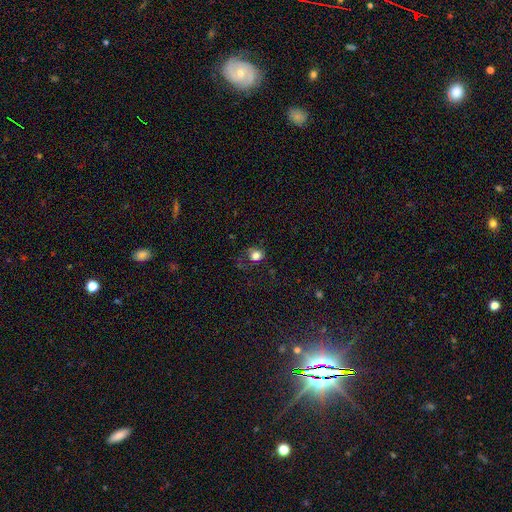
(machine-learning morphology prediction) This is likely a smooth galaxy (78%). How rounded: likely round (78%). Merging: likely none (63%).